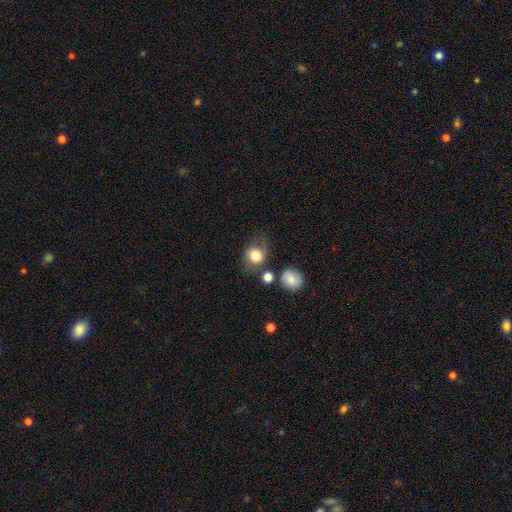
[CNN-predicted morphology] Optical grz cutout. It shows a smooth galaxy with no disk features (79%) that is round (70%). Merging: none (63%).